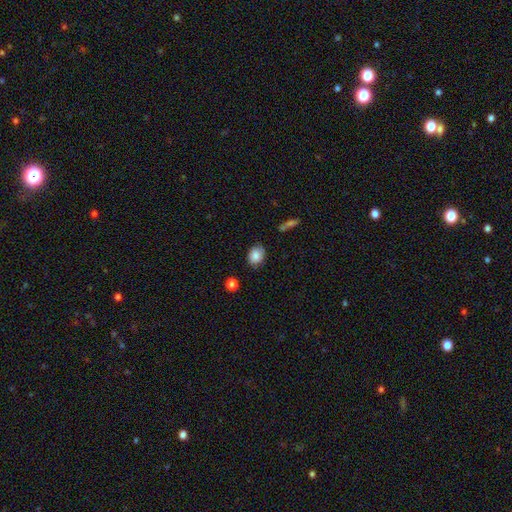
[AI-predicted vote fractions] Smooth or featured: smooth — 84% (star or artifact — 8%)
How rounded: in between — 61% (round — 38%)
Merging: none — 81% (minor disturbance — 15%)